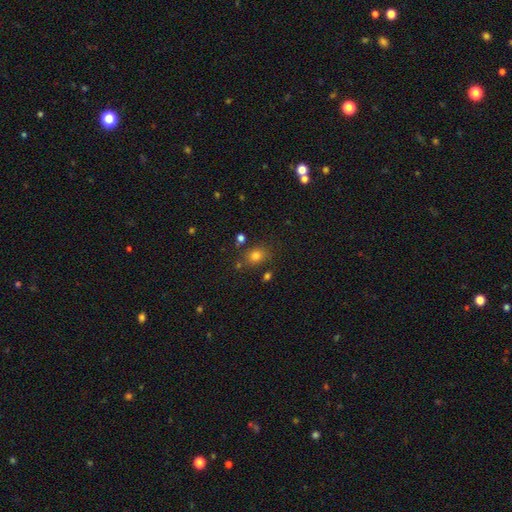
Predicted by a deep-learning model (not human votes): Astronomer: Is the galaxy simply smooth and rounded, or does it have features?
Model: smooth — 79%.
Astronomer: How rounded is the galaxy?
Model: in between — 57% (runner-up: round, 42%).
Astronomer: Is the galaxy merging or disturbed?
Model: none — 75%.